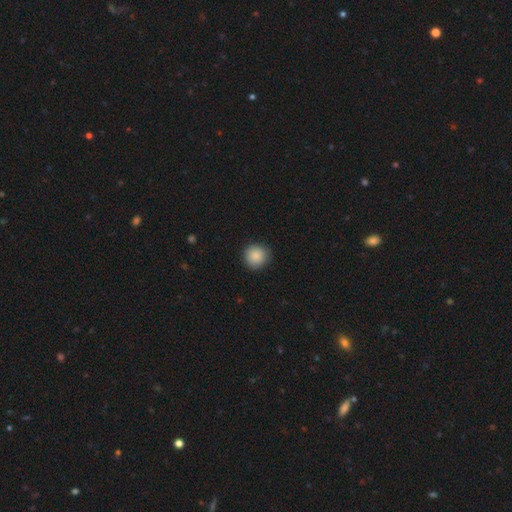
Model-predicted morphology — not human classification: Smooth or featured?
  - smooth: 88% *
  - star or artifact: 8%
  - featured or disk: 4%
How rounded?
  - round: 93% *
  - in between: 6%
  - cigar-shaped: 1%
Merging?
  - none: 89% *
  - minor disturbance: 8%
  - major disturbance: 2%
  - merger: 1%